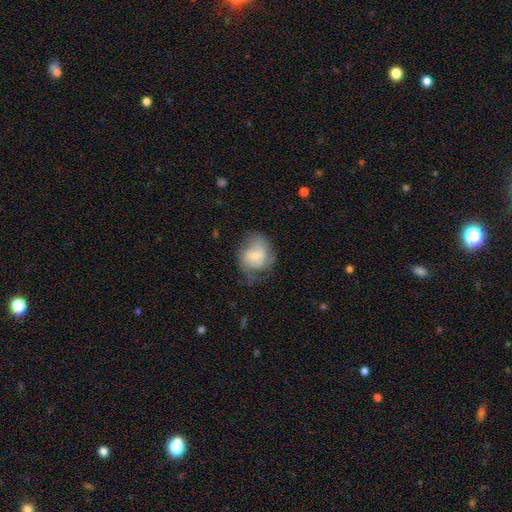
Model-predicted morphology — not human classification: The model was most divided on "smooth or featured": featured or disk: 51%, smooth: 42%, star or artifact: 7%. Remaining: edge-on disk — no (97%); merging — none (47%).